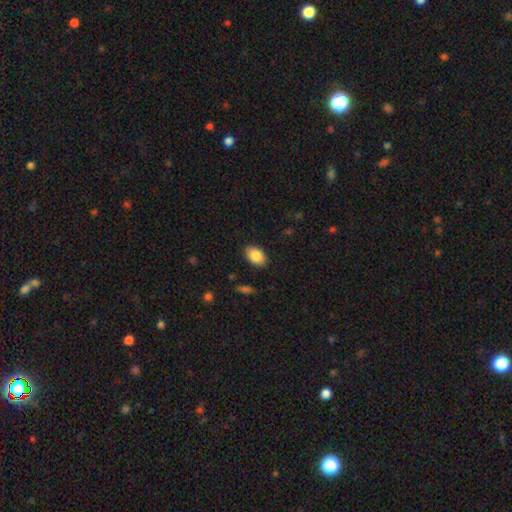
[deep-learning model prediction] smooth_or_featured: smooth (p=0.87) [alt: star or artifact p=0.07]
how_rounded: in between (p=0.86) [alt: round p=0.13]
merging: none (p=0.87) [alt: minor disturbance p=0.09]